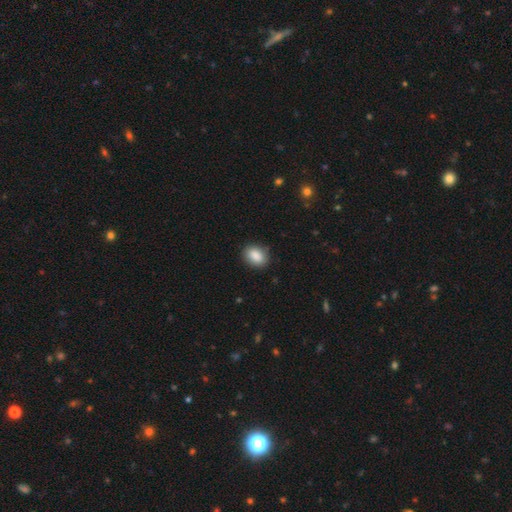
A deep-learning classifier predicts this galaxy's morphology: Smooth or featured? Predicted: smooth (p=0.88). How rounded? Predicted: in between (p=0.73). Merging? Predicted: none (p=0.86).